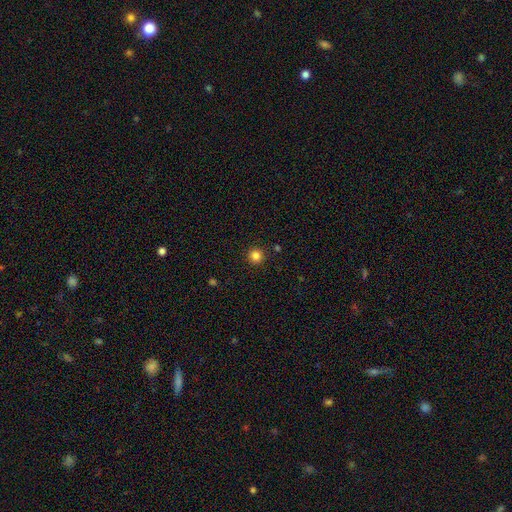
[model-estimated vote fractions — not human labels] smooth 83%, star or artifact 13%, featured or disk 4%. Down the decision tree: how rounded — round (96%); merging — none (92%).